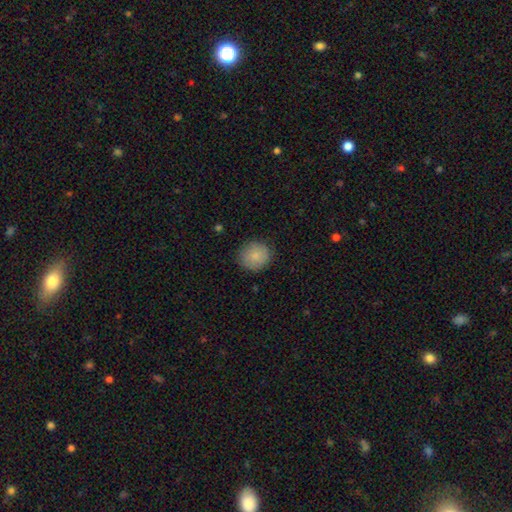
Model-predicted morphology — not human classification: This appears to be a smooth galaxy with no disk features (84%) that is round (86%). Merging: none (85%).